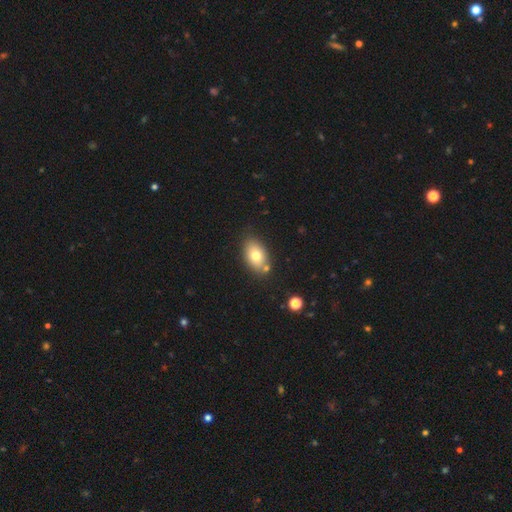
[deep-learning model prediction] smooth 75%, featured or disk 16%, star or artifact 9%. Down the decision tree: how rounded — in between (86%); merging — none (74%).